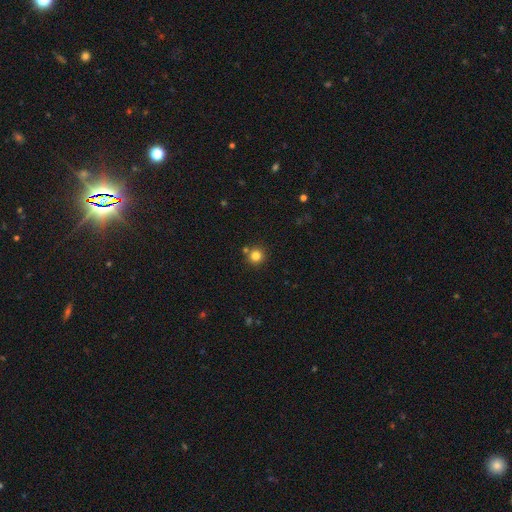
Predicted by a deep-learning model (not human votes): smooth_or_featured: smooth (p=0.81) [alt: star or artifact p=0.13]
how_rounded: round (p=0.94) [alt: in between p=0.05]
merging: none (p=0.81) [alt: merger p=0.10]